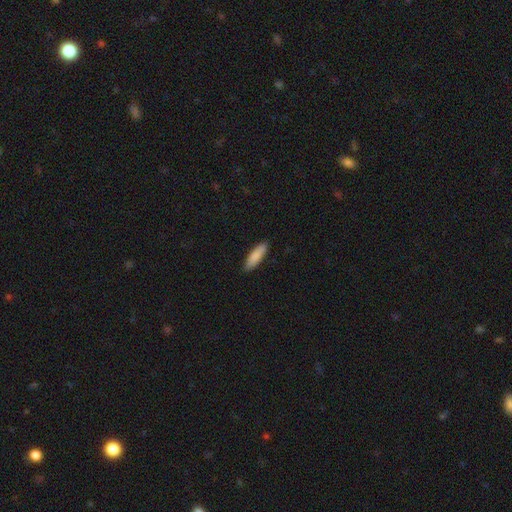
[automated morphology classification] The model was most divided on "how rounded": cigar-shaped: 62%, in between: 37%, round: 1%. More confident: merging — none (89%); smooth or featured — smooth (86%).